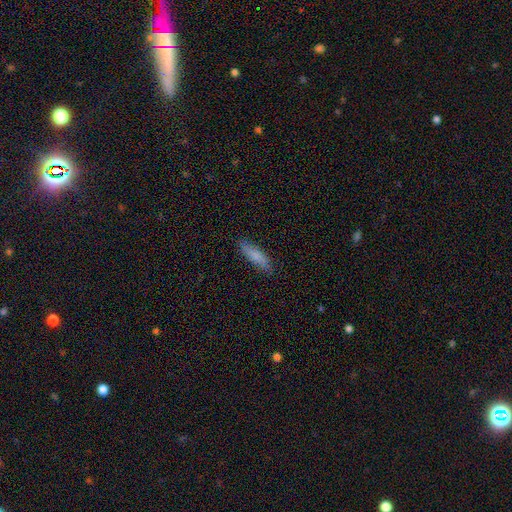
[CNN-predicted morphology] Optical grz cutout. It shows a smooth galaxy with no disk features (81%) that is cigar-shaped (65%). Merging: none (83%).